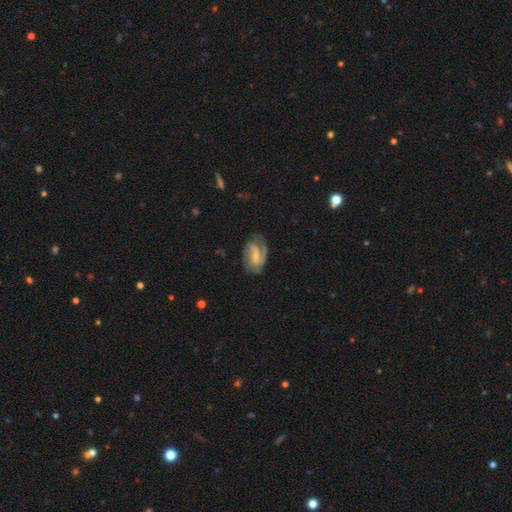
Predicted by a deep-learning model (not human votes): Smooth or featured?
  - featured or disk: 78% *
  - smooth: 16%
  - star or artifact: 6%
Edge-on disk?
  - no: 97% *
  - yes: 3%
Bar?
  - weak: 50% *
  - strong: 25%
  - no: 25%
Spiral arms?
  - yes: 93% *
  - no: 7%
Spiral winding?
  - medium: 47% *
  - tight: 31%
  - loose: 21%
Spiral arm count?
  - 2: 71% *
  - can't tell: 11%
  - 1: 8%
  - 3: 7%
  - 4: 2%
  - more than 4: 2%
Bulge size?
  - small: 56% *
  - moderate: 31%
  - none: 9%
  - large: 2%
  - dominant: 1%
Merging?
  - none: 65% *
  - minor disturbance: 22%
  - major disturbance: 11%
  - merger: 2%